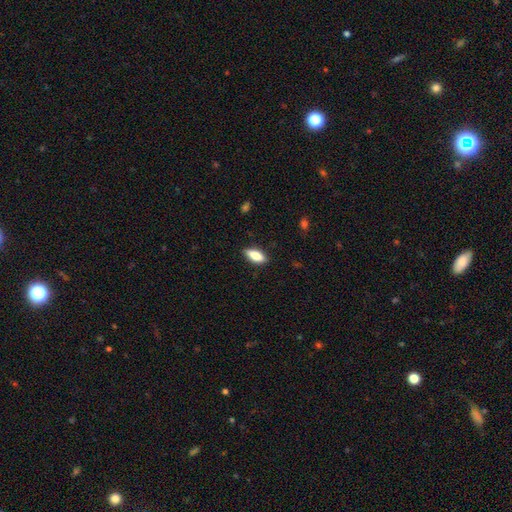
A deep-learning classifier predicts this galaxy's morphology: A smooth galaxy with no disk features (78%) that is in between round and cigar-shaped (76%).

Vote fractions:
- Smooth or featured? smooth: 78% / featured or disk: 16% / star or artifact: 7%
- How rounded? in between: 76% / cigar-shaped: 21% / round: 3%
- Merging? none: 86% / minor disturbance: 11% / major disturbance: 2% / merger: 1%